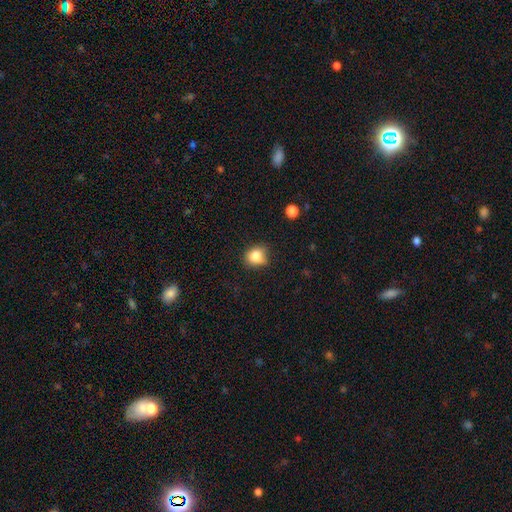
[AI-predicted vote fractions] Smooth or featured?
  - smooth: 82% *
  - star or artifact: 11%
  - featured or disk: 8%
How rounded?
  - round: 68% *
  - in between: 31%
  - cigar-shaped: 1%
Merging?
  - none: 65% *
  - minor disturbance: 27%
  - major disturbance: 6%
  - merger: 2%